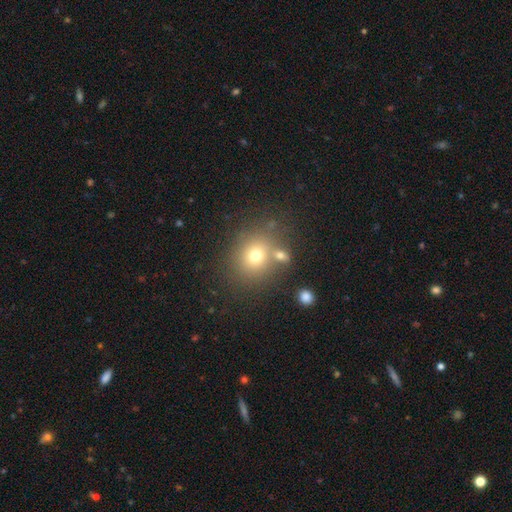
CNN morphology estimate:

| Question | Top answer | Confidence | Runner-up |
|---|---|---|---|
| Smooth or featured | smooth | 70% | star or artifact (17%) |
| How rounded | round | 75% | in between (24%) |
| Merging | none | 67% | merger (17%) |